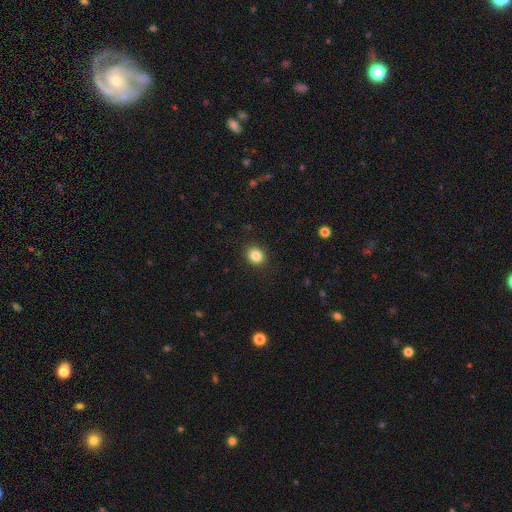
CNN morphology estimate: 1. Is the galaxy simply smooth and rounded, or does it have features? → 85% smooth, 10% star or artifact, 5% featured or disk.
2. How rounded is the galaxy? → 74% round, 25% in between, 1% cigar-shaped.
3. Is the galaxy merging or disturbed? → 90% none, 7% minor disturbance, 2% major disturbance, 1% merger.